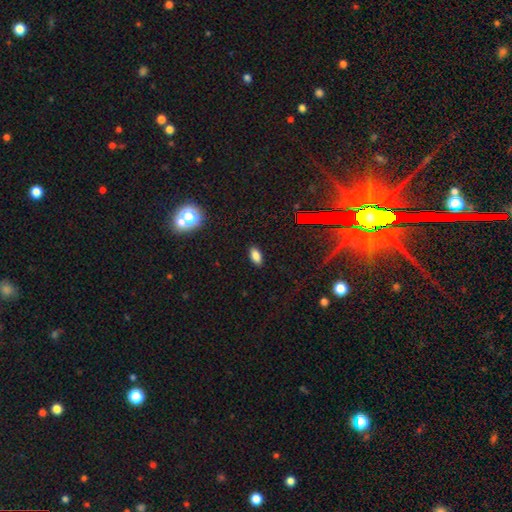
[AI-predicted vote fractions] This is clearly a smooth galaxy (82%). How rounded: clearly in between (89%). Merging: clearly none (88%).